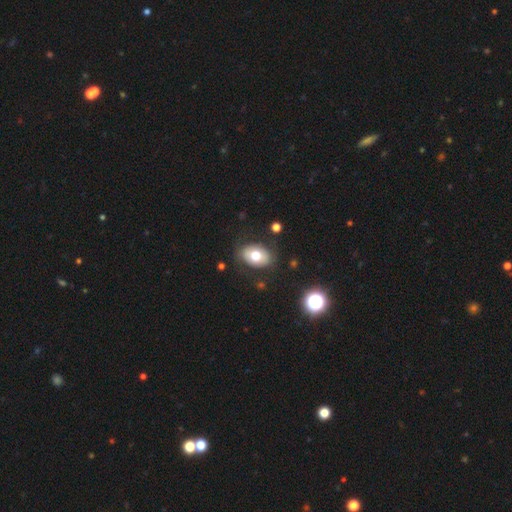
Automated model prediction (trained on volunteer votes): smooth-or-featured: smooth: 72% | featured or disk: 20% | star or artifact: 9%
  how-rounded: in between: 80% | round: 19% | cigar-shaped: 1%
  merging: none: 83% | minor disturbance: 12% | major disturbance: 4% | merger: 2%